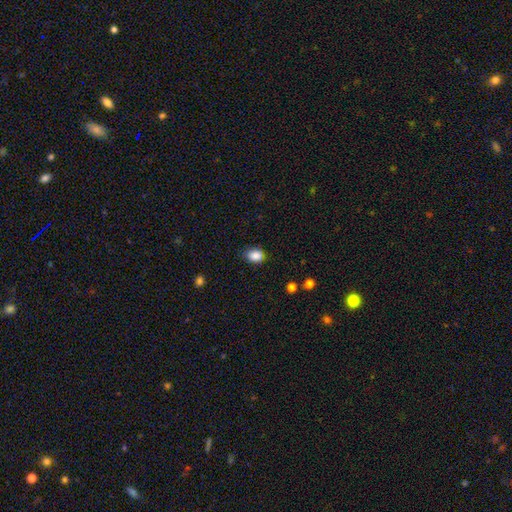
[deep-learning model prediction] This is clearly a smooth galaxy (87%). How rounded: likely in between (66%). Merging: likely none (74%).